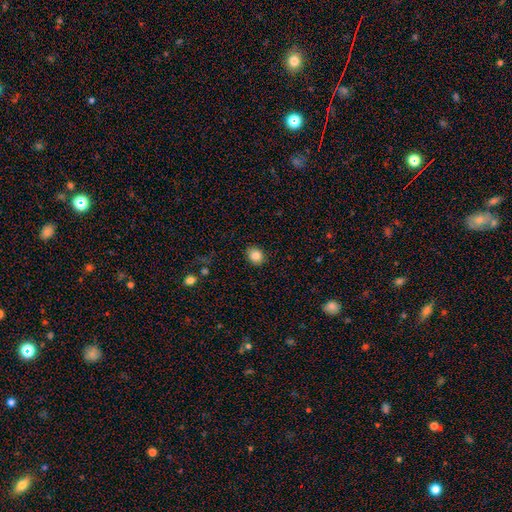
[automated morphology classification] This appears to be a smooth galaxy with no disk features (86%) that is round (65%). Merging: none (88%).